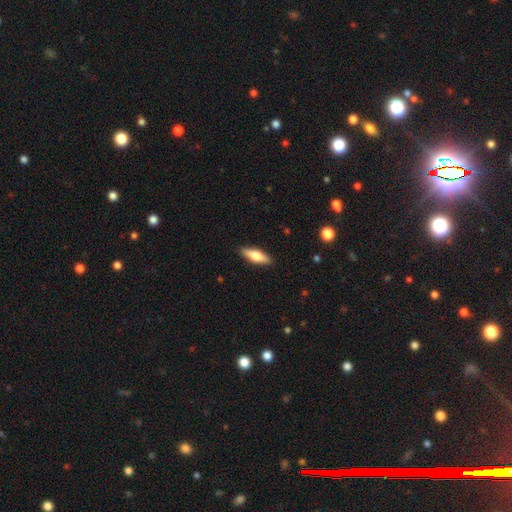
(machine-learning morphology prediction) type=smooth (62%); roundness=in between (55%); merging=none (89%).